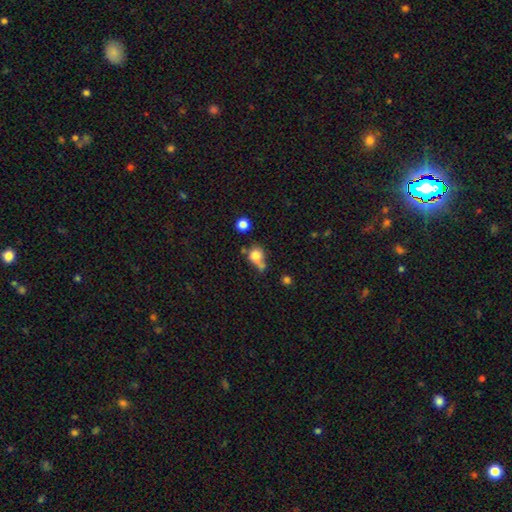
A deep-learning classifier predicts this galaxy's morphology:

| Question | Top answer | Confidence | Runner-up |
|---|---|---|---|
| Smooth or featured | smooth | 75% | featured or disk (13%) |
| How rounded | round | 70% | in between (28%) |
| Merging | none | 35% | merger (30%) |